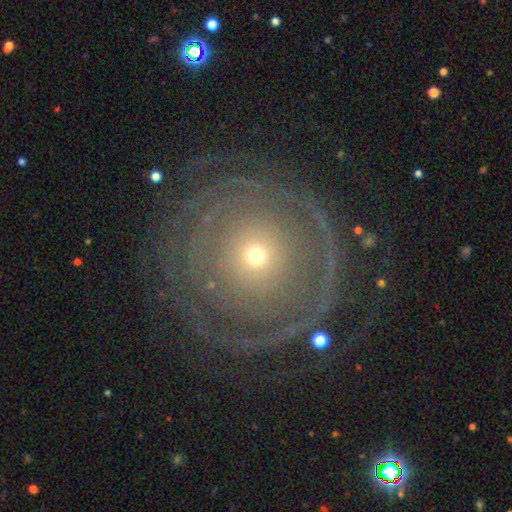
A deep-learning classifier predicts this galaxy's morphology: type=featured or disk (74%); edge-on=no (97%); bar=no (86%); spiral arms=yes (81%); winding=tight (73%); arm count=can't tell (33%); bulge=small (76%); merging=none (75%).